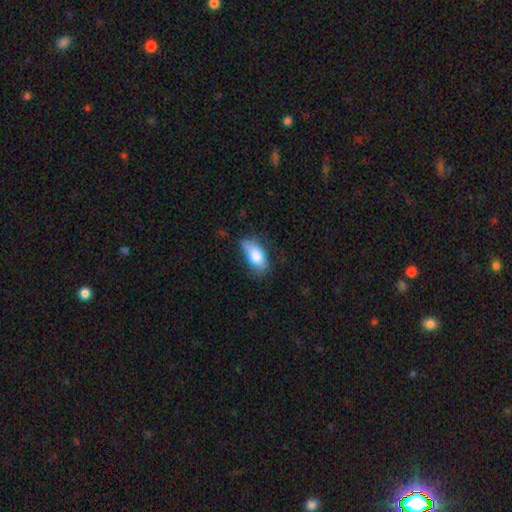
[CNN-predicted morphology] A smooth galaxy with no disk features (78%) that is in between round and cigar-shaped (89%).

Vote fractions:
- Smooth or featured? smooth: 78% / featured or disk: 15% / star or artifact: 7%
- How rounded? in between: 89% / cigar-shaped: 6% / round: 5%
- Merging? none: 48% / minor disturbance: 36% / major disturbance: 12% / merger: 4%